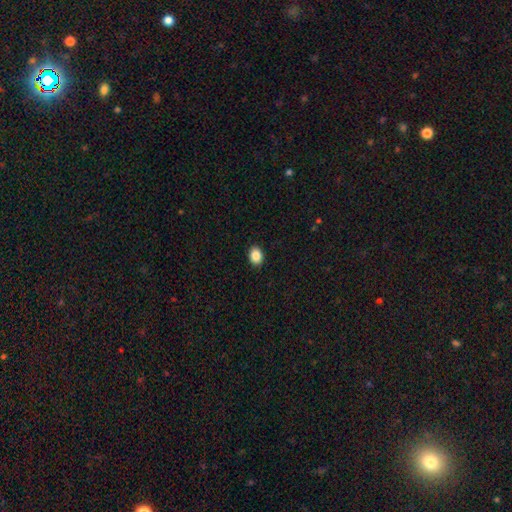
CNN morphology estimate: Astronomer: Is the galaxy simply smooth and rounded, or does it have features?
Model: smooth — 88%.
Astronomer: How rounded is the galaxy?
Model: in between — 63%.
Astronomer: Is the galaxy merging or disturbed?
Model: none — 91%.